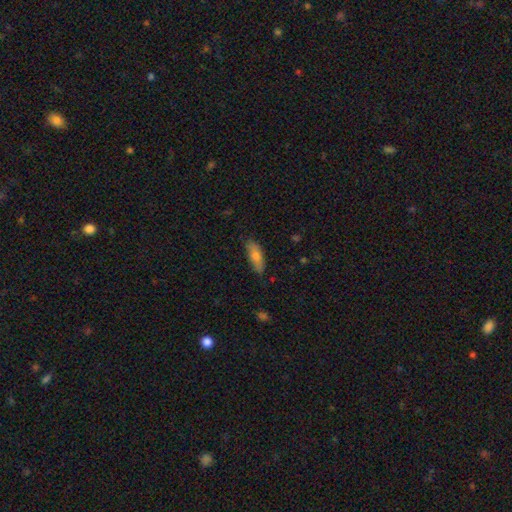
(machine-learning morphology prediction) This appears to be a smooth galaxy with no disk features (72%) that is in between round and cigar-shaped (64%). Merging: none (78%).